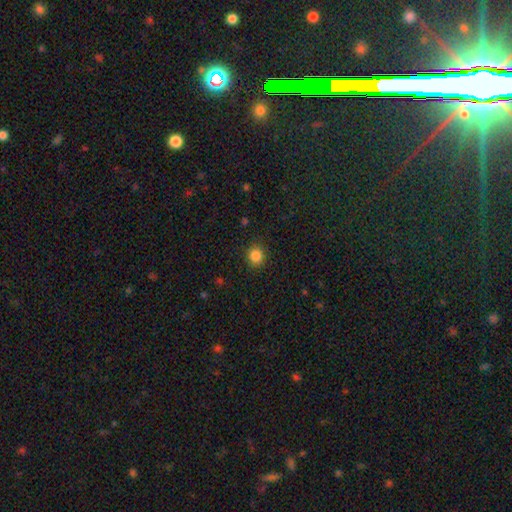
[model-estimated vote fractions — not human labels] smooth 86%, star or artifact 11%, featured or disk 3%. Down the decision tree: how rounded — round (84%); merging — none (90%).